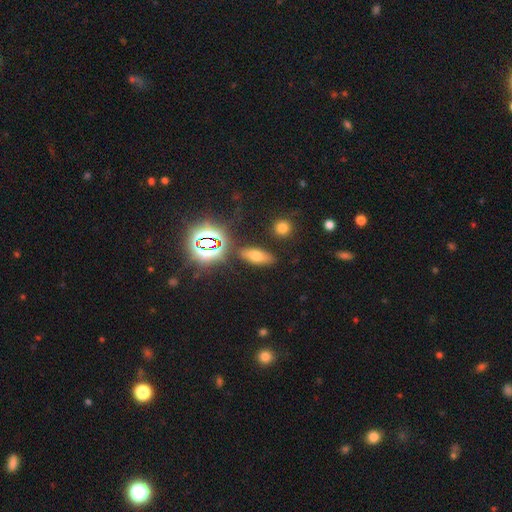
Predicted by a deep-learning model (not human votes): Overall: smooth (57%; star or artifact 27%). How rounded: in between (72%). Merging: none (84%).